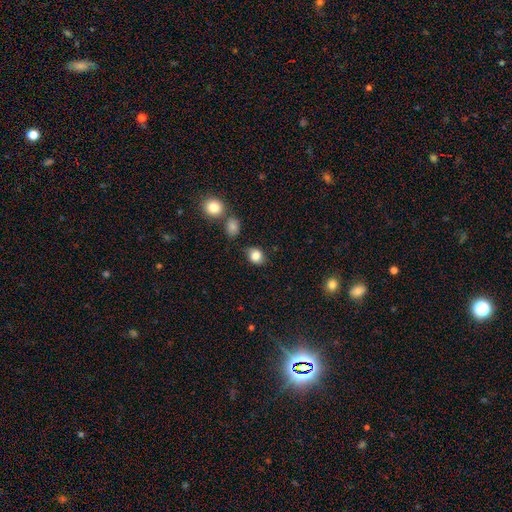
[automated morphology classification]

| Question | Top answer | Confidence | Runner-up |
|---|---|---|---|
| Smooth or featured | smooth | 84% | star or artifact (9%) |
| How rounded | in between | 51% | round (48%) |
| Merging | none | 76% | minor disturbance (17%) |